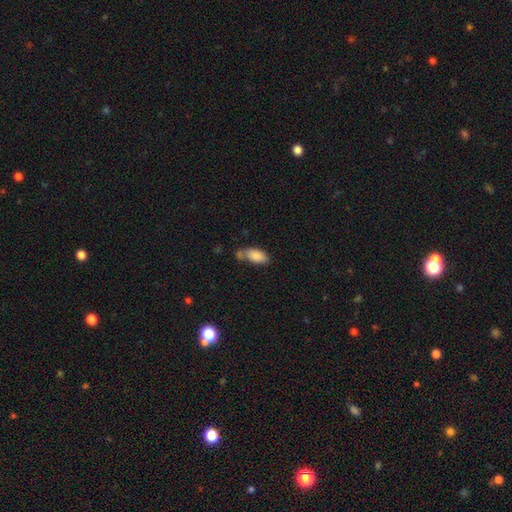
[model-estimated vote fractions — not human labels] This is clearly a smooth galaxy (85%). How rounded: clearly in between (91%). Merging: marginally none (45%).